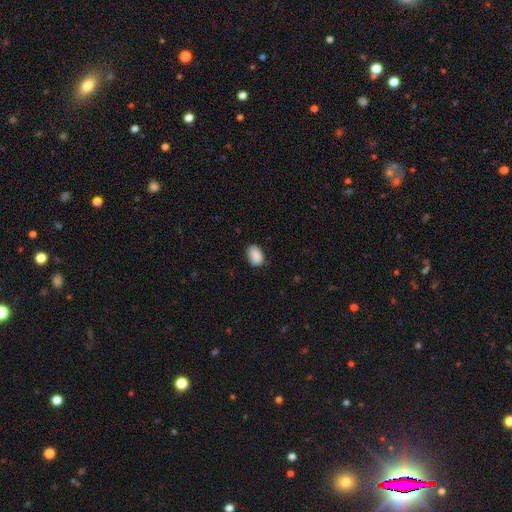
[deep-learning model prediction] This is clearly a smooth galaxy (89%). How rounded: clearly in between (84%). Merging: likely none (78%).